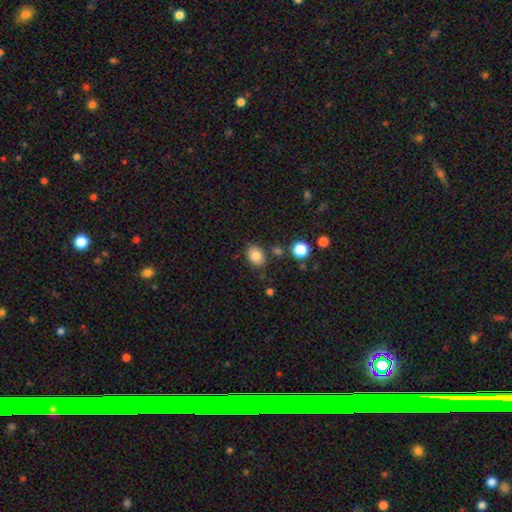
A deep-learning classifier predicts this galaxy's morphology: smooth-or-featured: smooth: 84% | star or artifact: 10% | featured or disk: 6%
  how-rounded: in between: 70% | round: 29% | cigar-shaped: 1%
  merging: none: 80% | minor disturbance: 12% | merger: 5% | major disturbance: 3%